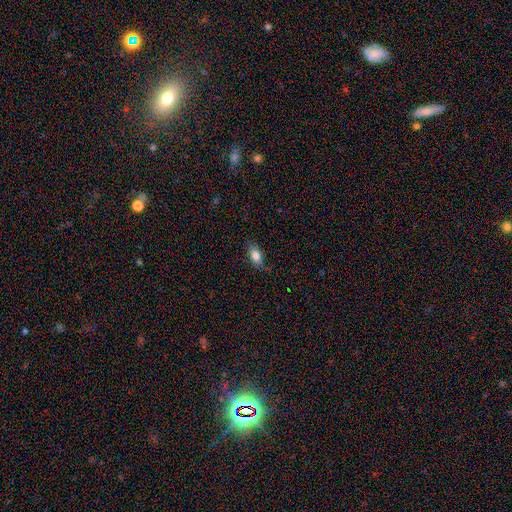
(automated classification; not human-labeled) Overall: smooth (80%). How rounded: in between (86%). Merging: none (74%).